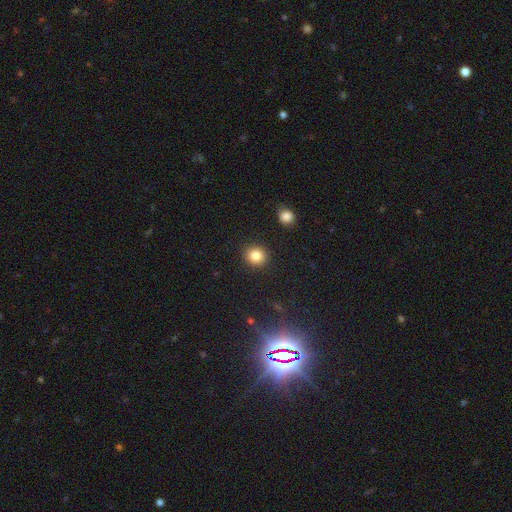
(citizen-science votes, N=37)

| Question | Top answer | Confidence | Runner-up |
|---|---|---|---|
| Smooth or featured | smooth | 95% | featured or disk (5%) |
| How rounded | round | 86% | in between (14%) |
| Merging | none | 89% | major disturbance (8%) |